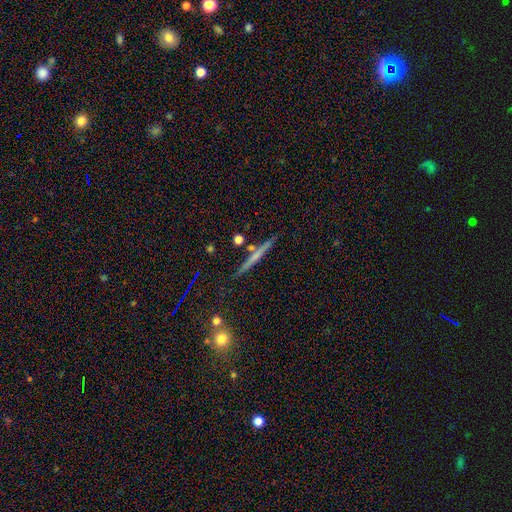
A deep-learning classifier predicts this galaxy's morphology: type=featured or disk (51%); edge-on=yes (96%); merging=none (86%).